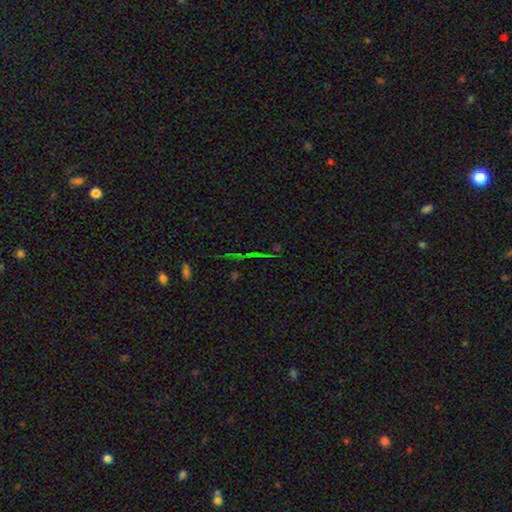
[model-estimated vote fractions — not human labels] This is likely a star or artifact rather than a galaxy (64%).